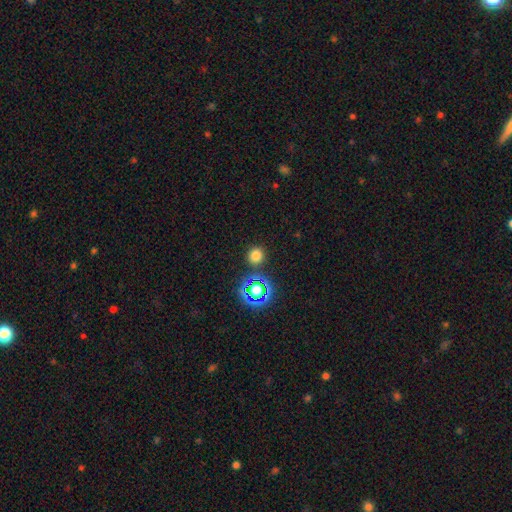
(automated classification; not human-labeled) Morphology: type=smooth (73%); roundness=round (90%); merging=none (86%).